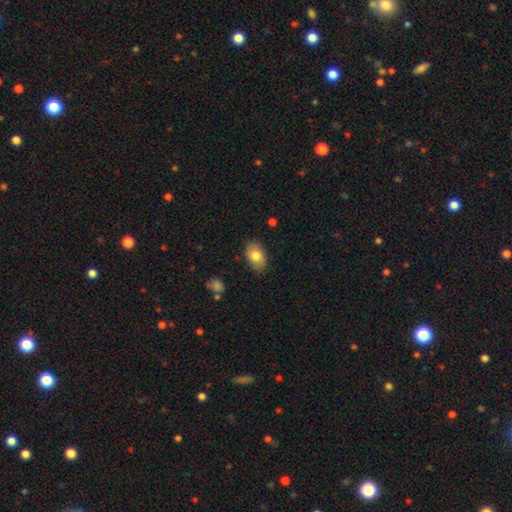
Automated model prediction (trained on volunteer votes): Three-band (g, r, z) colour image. It shows a smooth galaxy with no disk features (80%) that is in between round and cigar-shaped (89%). Merging: none (84%).